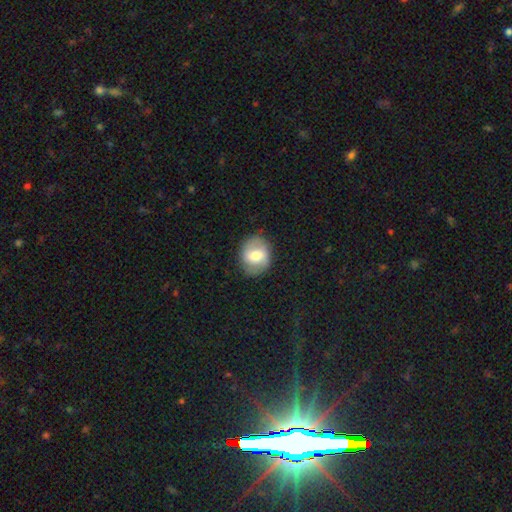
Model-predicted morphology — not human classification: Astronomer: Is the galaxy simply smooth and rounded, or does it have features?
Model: smooth — 51% (runner-up: featured or disk, 42%).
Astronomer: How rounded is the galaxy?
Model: round — 63%.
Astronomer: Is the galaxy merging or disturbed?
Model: none — 83%.